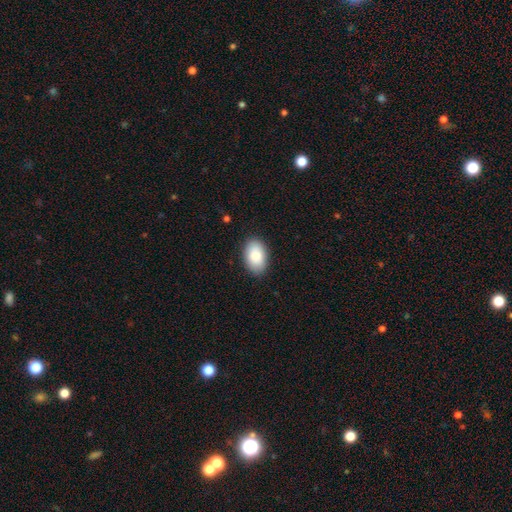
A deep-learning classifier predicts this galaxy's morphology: A smooth galaxy with no disk features (85%) that is in between round and cigar-shaped (92%). Merging: none (88%).